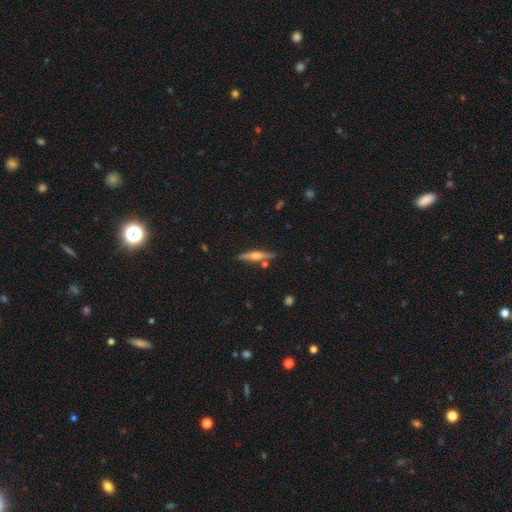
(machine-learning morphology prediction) The model was most divided on "smooth or featured": featured or disk: 61%, smooth: 33%, star or artifact: 6%. More confident: edge-on disk — yes (96%); edge-on bulge — rounded (88%); merging — none (83%).